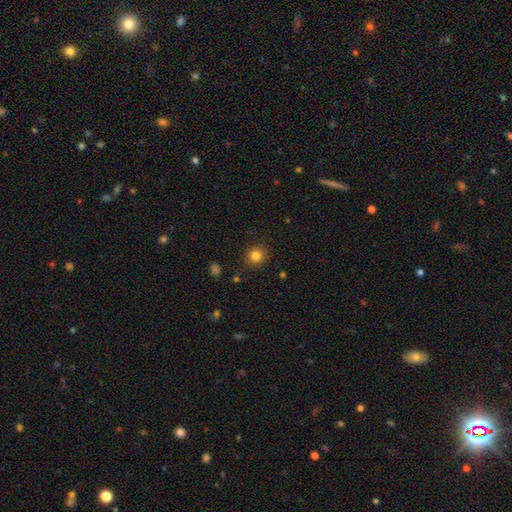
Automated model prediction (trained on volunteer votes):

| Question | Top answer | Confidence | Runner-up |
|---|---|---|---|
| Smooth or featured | smooth | 83% | star or artifact (12%) |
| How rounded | round | 88% | in between (11%) |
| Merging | none | 88% | minor disturbance (8%) |